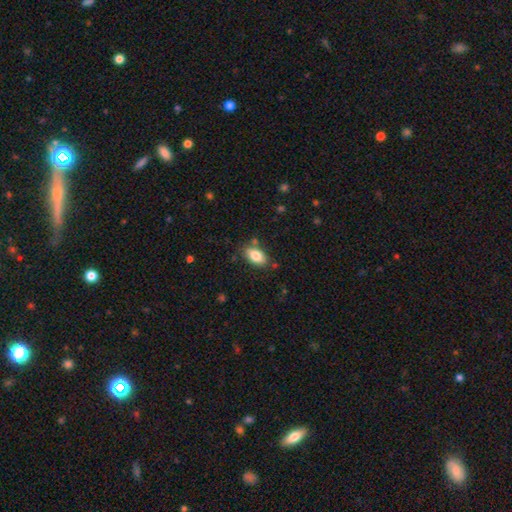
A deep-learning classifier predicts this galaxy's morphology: Q: Smooth or featured?
A: smooth (83%); runner-up: featured or disk (10%)
Q: How rounded?
A: in between (92%); runner-up: round (5%)
Q: Merging?
A: none (80%); runner-up: minor disturbance (13%)